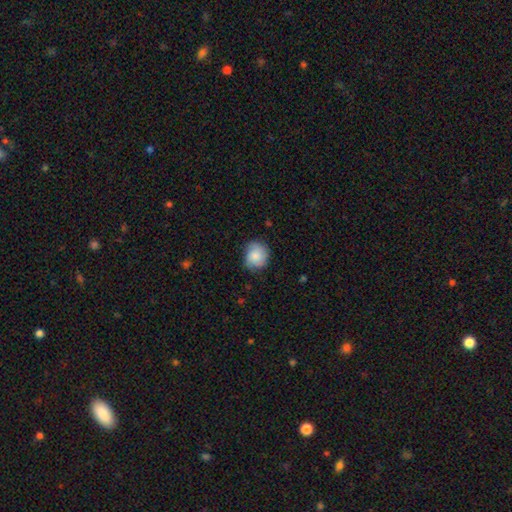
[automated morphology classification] A smooth galaxy with no disk features (75%) that is round (78%). Merging: none (74%).